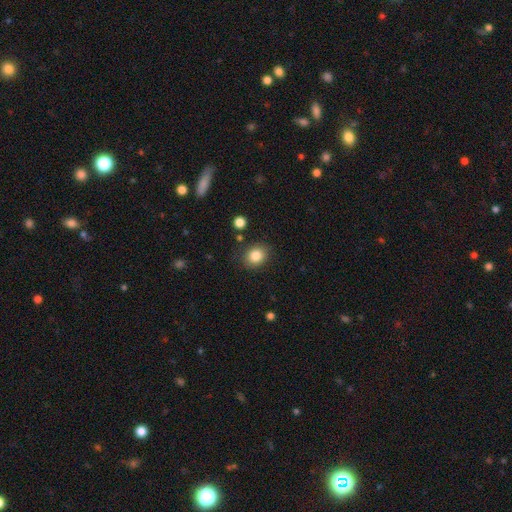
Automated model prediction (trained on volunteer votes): Smooth or featured?
  - smooth: 84% *
  - star or artifact: 10%
  - featured or disk: 6%
How rounded?
  - round: 63% *
  - in between: 36%
  - cigar-shaped: 1%
Merging?
  - none: 85% *
  - minor disturbance: 10%
  - major disturbance: 3%
  - merger: 2%